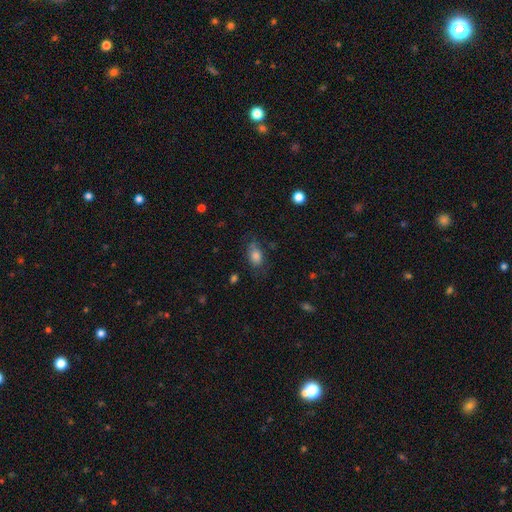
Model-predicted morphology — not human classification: Q: Smooth or featured?
A: smooth (76%); runner-up: featured or disk (13%)
Q: How rounded?
A: in between (79%); runner-up: round (18%)
Q: Merging?
A: none (61%); runner-up: minor disturbance (25%)